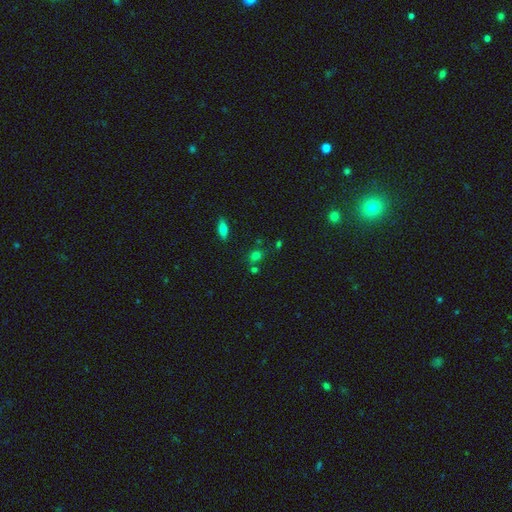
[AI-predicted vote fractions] This is likely a smooth galaxy (69%). How rounded: possibly round (56%). Merging: likely none (64%).